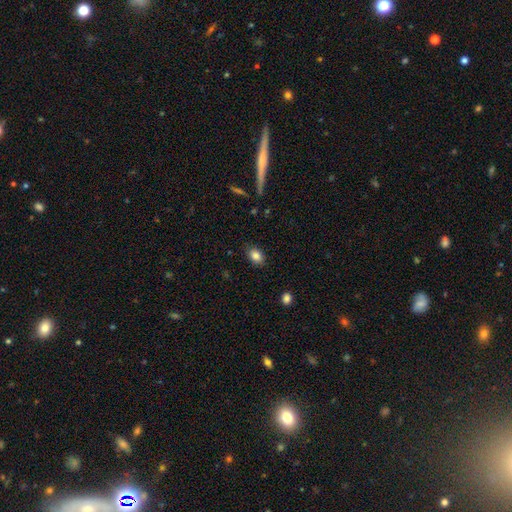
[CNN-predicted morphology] Overall: smooth (85%). How rounded: in between (75%). Merging: none (84%).